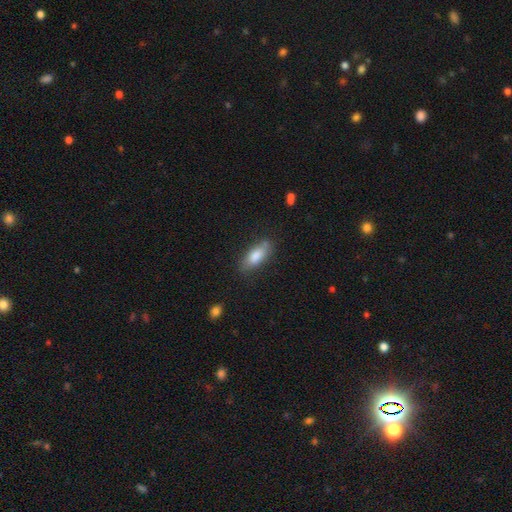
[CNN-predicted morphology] A smooth galaxy with no disk features (79%) that is in between round and cigar-shaped (77%).

Vote fractions:
- Smooth or featured? smooth: 79% / featured or disk: 13% / star or artifact: 7%
- How rounded? in between: 77% / cigar-shaped: 21% / round: 3%
- Merging? none: 75% / minor disturbance: 18% / major disturbance: 4% / merger: 3%